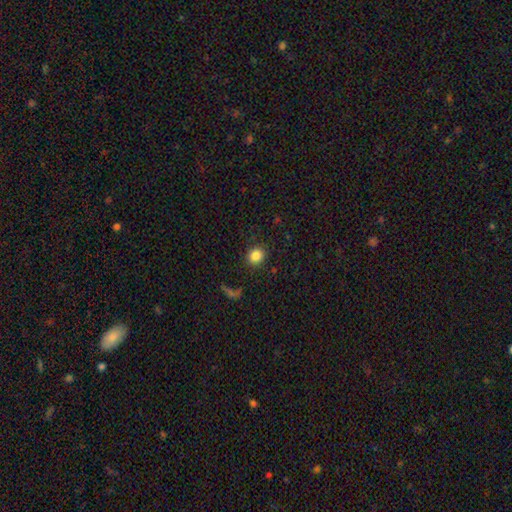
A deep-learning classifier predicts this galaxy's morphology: smooth 84%, star or artifact 10%, featured or disk 6%. Down the decision tree: how rounded — round (76%); merging — none (88%).